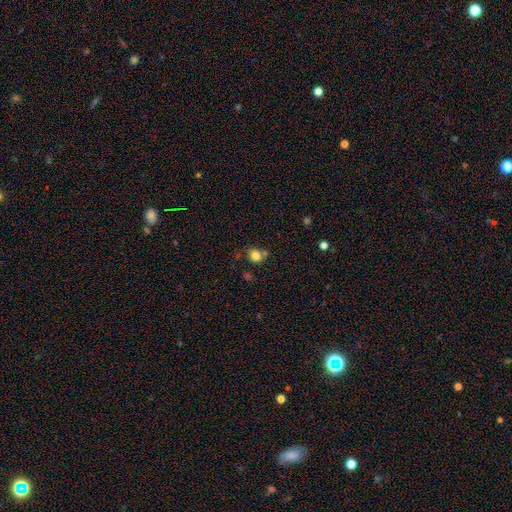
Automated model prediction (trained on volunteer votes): Smooth or featured?
  - smooth: 81% *
  - star or artifact: 12%
  - featured or disk: 7%
How rounded?
  - round: 81% *
  - in between: 18%
  - cigar-shaped: 1%
Merging?
  - none: 69% *
  - minor disturbance: 14%
  - merger: 13%
  - major disturbance: 4%